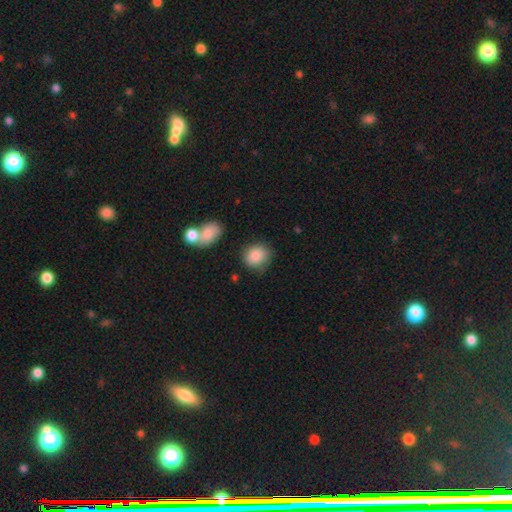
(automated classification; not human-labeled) Overall: smooth (87%). How rounded: round (75%). Merging: none (69%).